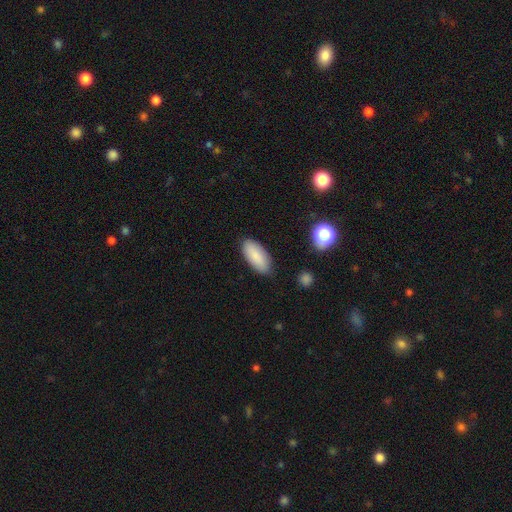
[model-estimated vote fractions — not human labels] Overall: smooth (86%). How rounded: in between (88%). Merging: none (84%).